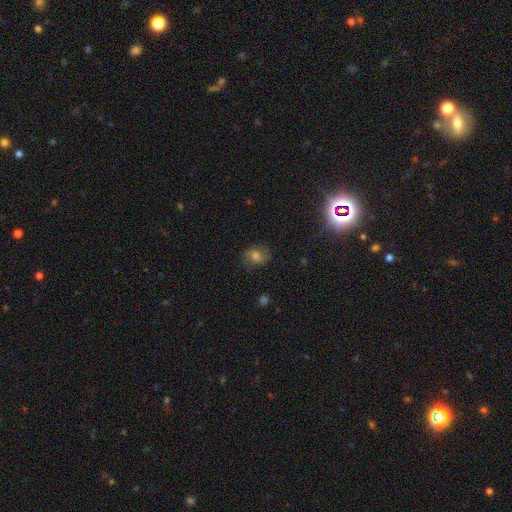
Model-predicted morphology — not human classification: type=smooth (50%); roundness=round (51%); merging=none (73%).